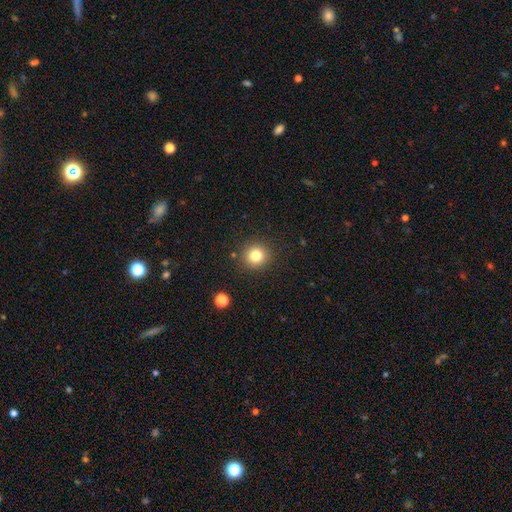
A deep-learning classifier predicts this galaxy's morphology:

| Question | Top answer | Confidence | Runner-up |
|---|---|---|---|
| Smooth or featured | smooth | 80% | star or artifact (12%) |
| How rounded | round | 94% | in between (5%) |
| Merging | none | 89% | minor disturbance (6%) |